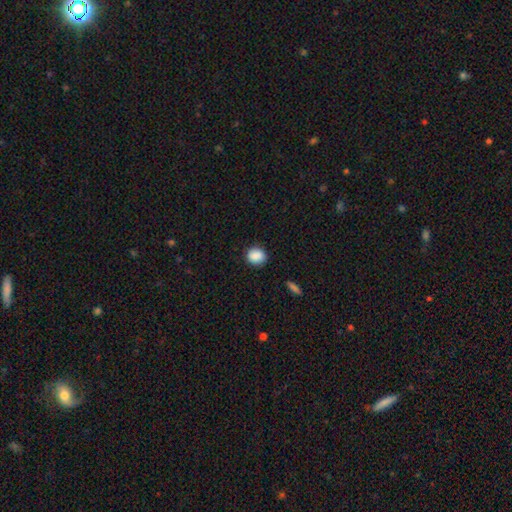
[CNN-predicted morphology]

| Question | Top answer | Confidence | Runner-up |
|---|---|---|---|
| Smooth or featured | smooth | 88% | star or artifact (8%) |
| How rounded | round | 71% | in between (27%) |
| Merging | none | 85% | minor disturbance (11%) |